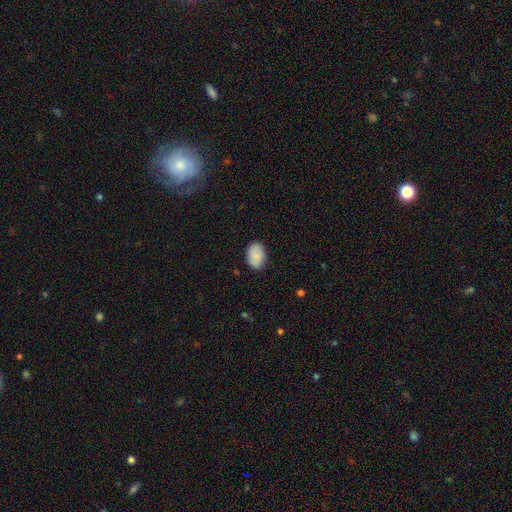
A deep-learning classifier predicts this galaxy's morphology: Smooth or featured: smooth — 84% (featured or disk — 9%)
How rounded: in between — 81% (round — 18%)
Merging: none — 82% (minor disturbance — 15%)